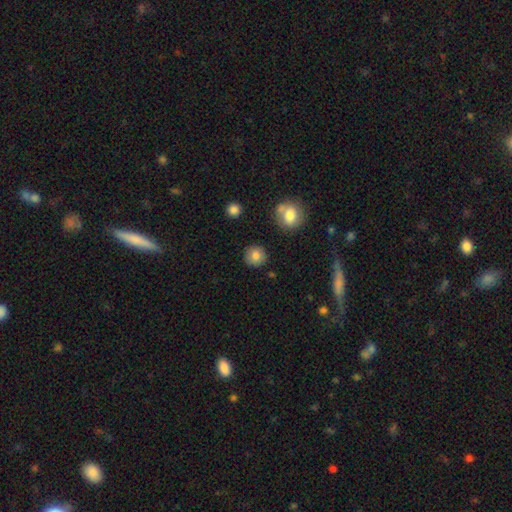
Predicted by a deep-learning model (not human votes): A smooth galaxy with no disk features (82%) that is round (92%). Merging: none (87%).